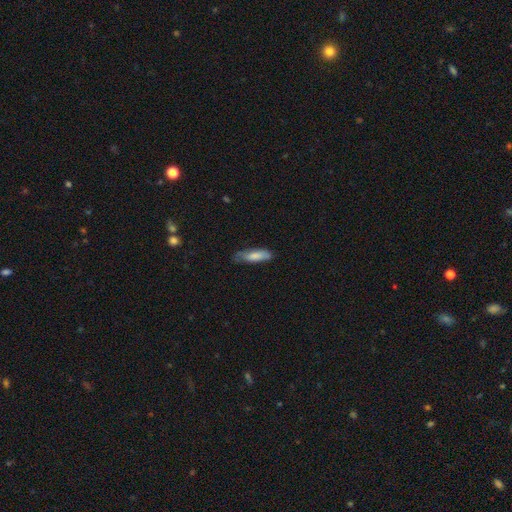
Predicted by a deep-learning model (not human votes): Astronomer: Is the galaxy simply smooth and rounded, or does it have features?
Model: smooth — 76%.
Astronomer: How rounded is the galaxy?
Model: cigar-shaped — 53% (runner-up: in between, 46%).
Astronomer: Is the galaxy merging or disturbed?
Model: none — 56% (runner-up: minor disturbance, 32%).